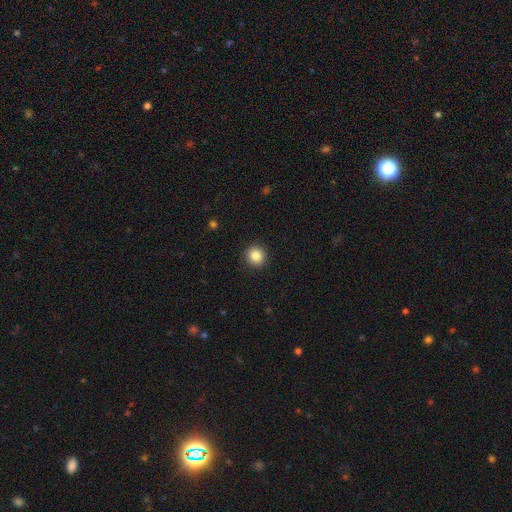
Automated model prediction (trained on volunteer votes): Smooth or featured: smooth — 86% (star or artifact — 10%)
How rounded: round — 93% (in between — 6%)
Merging: none — 92% (minor disturbance — 5%)